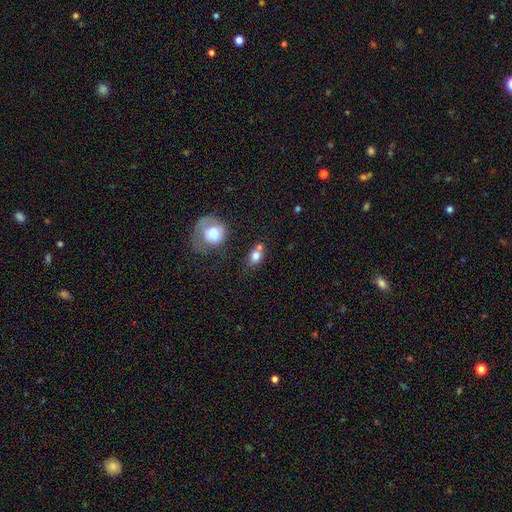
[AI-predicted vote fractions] Q: Smooth or featured?
A: smooth (76%); runner-up: featured or disk (14%)
Q: How rounded?
A: in between (61%); runner-up: round (36%)
Q: Merging?
A: none (47%); runner-up: merger (31%)